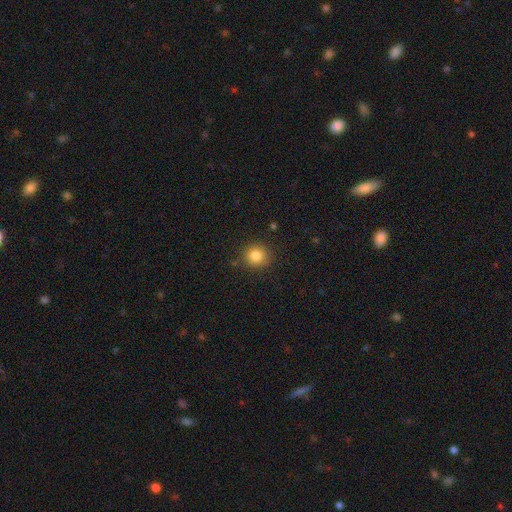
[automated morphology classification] Smooth or featured: smooth — 83% (star or artifact — 11%)
How rounded: round — 89% (in between — 10%)
Merging: none — 86% (minor disturbance — 9%)